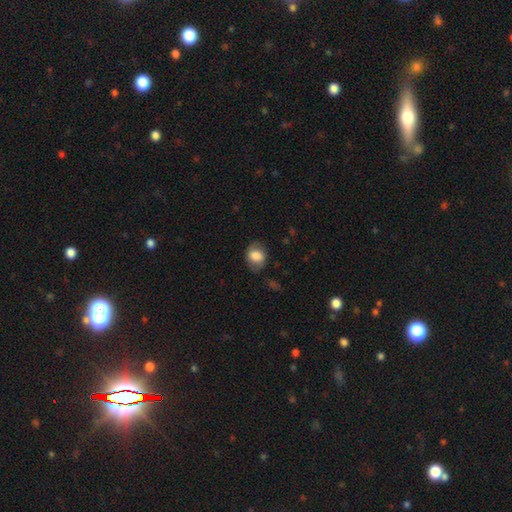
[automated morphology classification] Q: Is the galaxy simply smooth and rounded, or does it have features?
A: smooth — 73%.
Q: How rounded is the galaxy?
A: in between — 54%.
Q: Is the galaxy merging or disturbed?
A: none — 71%.